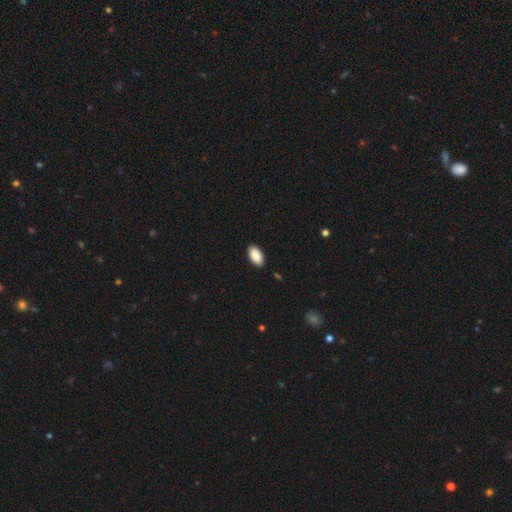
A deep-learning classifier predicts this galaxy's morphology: A smooth galaxy with no disk features (90%) that is in between round and cigar-shaped (95%).

Vote fractions:
- Smooth or featured? smooth: 90% / star or artifact: 6% / featured or disk: 4%
- How rounded? in between: 95% / cigar-shaped: 3% / round: 2%
- Merging? none: 90% / minor disturbance: 7% / major disturbance: 2% / merger: 1%